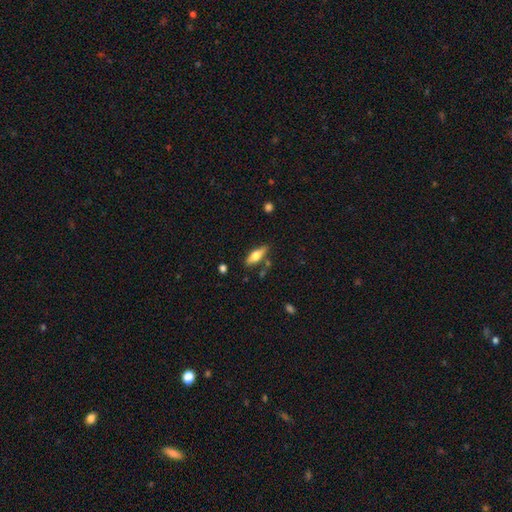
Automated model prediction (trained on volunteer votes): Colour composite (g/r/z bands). It shows a smooth galaxy with no disk features (57%) that is in between round and cigar-shaped (56%). Merging: none (77%).